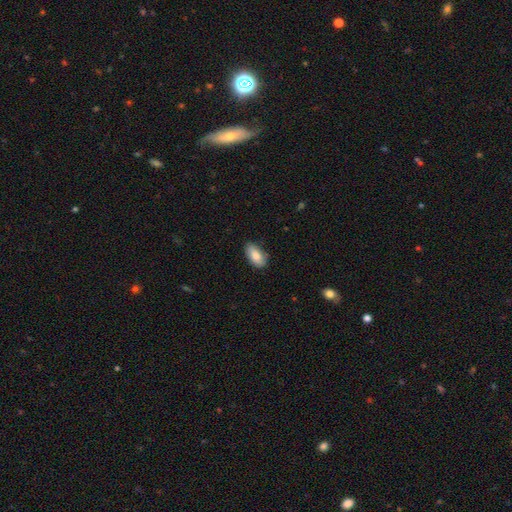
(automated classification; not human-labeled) Smooth or featured: smooth — 85% (featured or disk — 9%)
How rounded: in between — 92% (cigar-shaped — 5%)
Merging: none — 76% (minor disturbance — 19%)